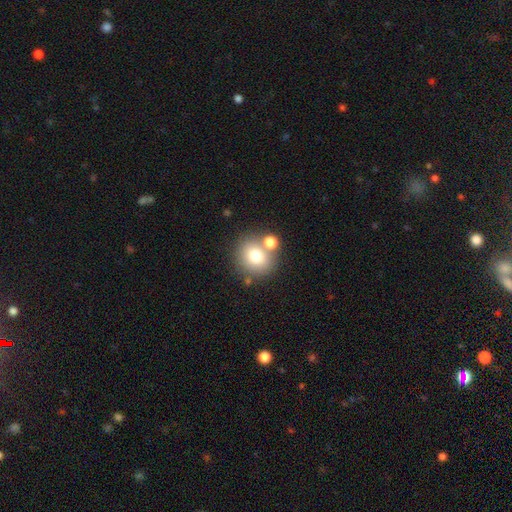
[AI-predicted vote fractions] A smooth galaxy with no disk features (75%) that is round (83%). Merging: none (64%).